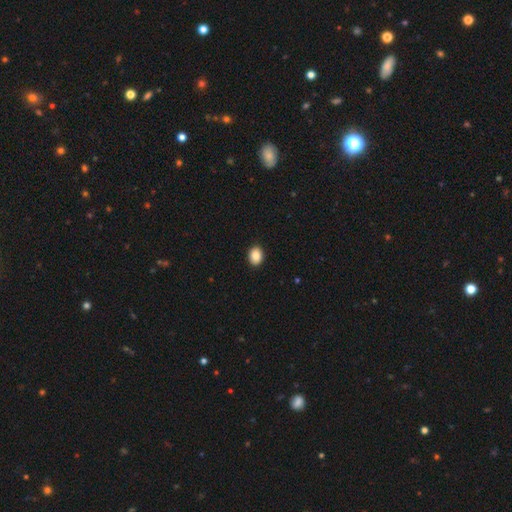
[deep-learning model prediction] Smooth or featured?
  - smooth: 89% *
  - star or artifact: 8%
  - featured or disk: 3%
How rounded?
  - in between: 66% *
  - round: 33%
  - cigar-shaped: 1%
Merging?
  - none: 91% *
  - minor disturbance: 6%
  - major disturbance: 2%
  - merger: 1%